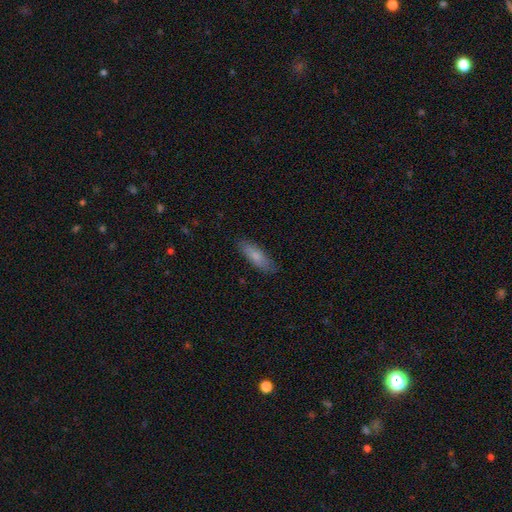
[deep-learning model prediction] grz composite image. It shows a smooth galaxy with no disk features (80%) that is in between round and cigar-shaped (50%). Merging: none (84%).